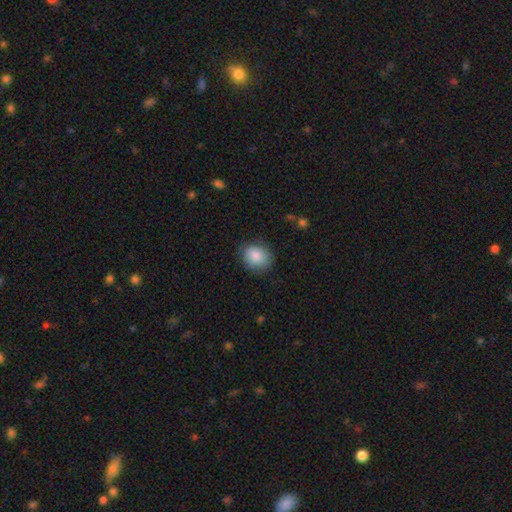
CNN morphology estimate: smooth_or_featured: smooth (p=0.82) [alt: featured or disk p=0.11]
how_rounded: round (p=0.62) [alt: in between p=0.37]
merging: none (p=0.76) [alt: minor disturbance p=0.18]